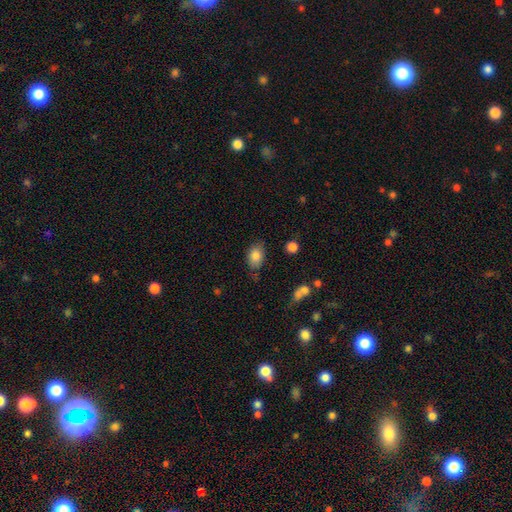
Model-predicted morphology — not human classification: The model was most divided on "merging": none: 73%, minor disturbance: 20%, major disturbance: 4%, merger: 3%. More confident: how rounded — in between (84%); smooth or featured — smooth (84%).